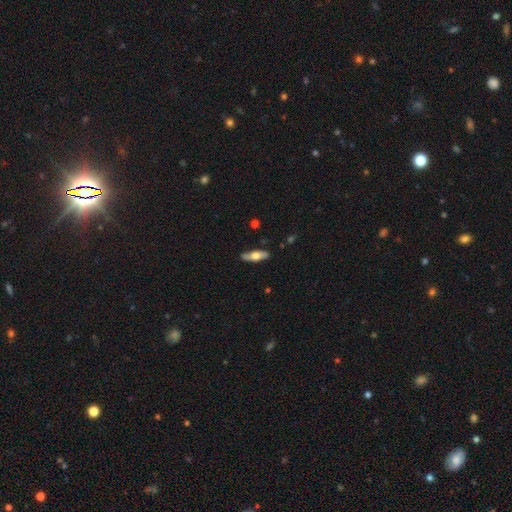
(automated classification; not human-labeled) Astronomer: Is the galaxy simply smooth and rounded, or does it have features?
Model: smooth — 58% (runner-up: featured or disk, 36%).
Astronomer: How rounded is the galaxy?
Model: in between — 52% (runner-up: cigar-shaped, 45%).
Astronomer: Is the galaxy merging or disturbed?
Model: none — 86%.